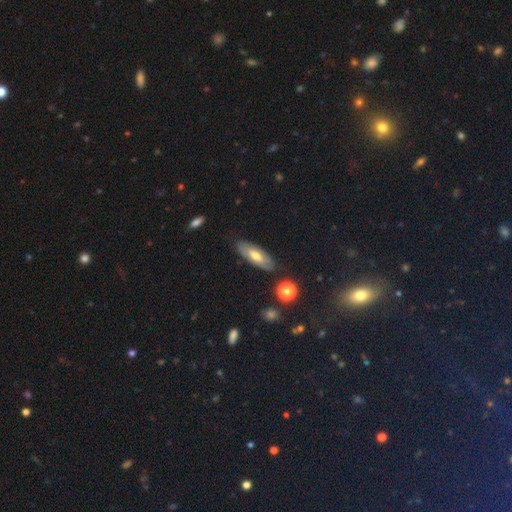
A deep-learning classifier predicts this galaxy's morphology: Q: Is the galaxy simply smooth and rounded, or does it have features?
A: smooth — 48%.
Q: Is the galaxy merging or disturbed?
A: none — 82%.